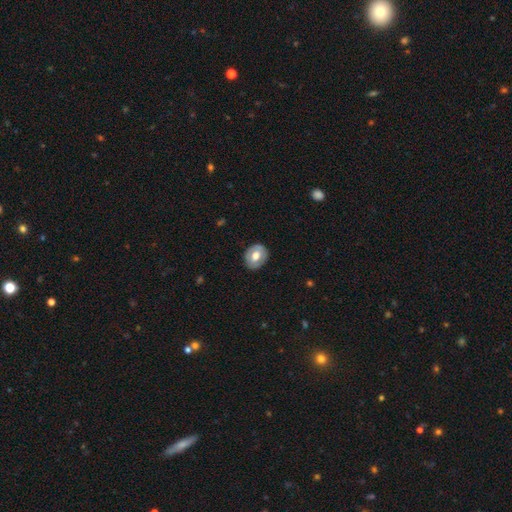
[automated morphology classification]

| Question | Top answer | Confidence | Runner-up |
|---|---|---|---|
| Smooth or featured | smooth | 56% | featured or disk (38%) |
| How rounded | round | 56% | in between (43%) |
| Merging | none | 84% | minor disturbance (12%) |